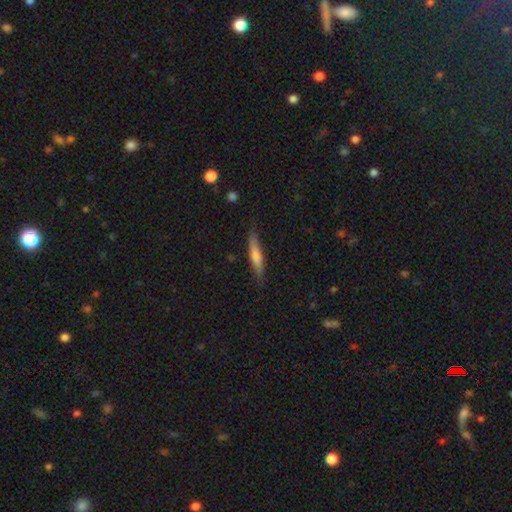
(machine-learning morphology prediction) Smooth or featured: smooth — 51% (featured or disk — 43%)
How rounded: cigar-shaped — 92% (in between — 7%)
Merging: none — 84% (minor disturbance — 13%)